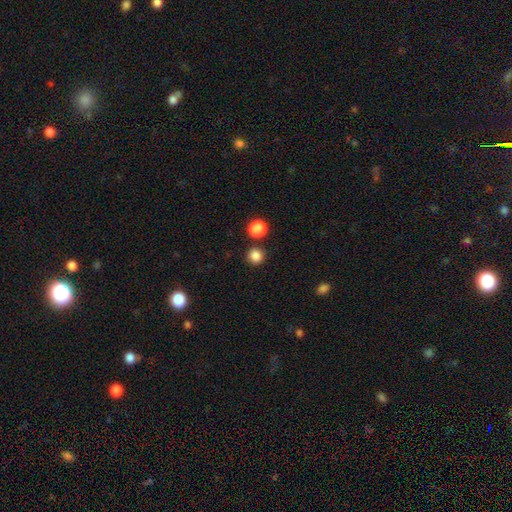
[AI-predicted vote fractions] Smooth or featured: smooth — 86% (star or artifact — 11%)
How rounded: round — 89% (in between — 10%)
Merging: none — 81% (merger — 9%)